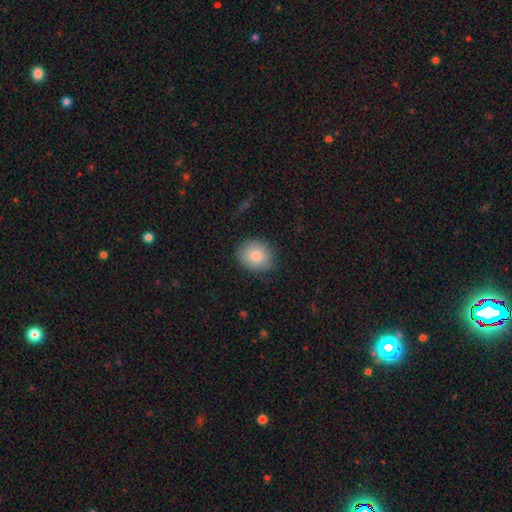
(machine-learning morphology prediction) smooth-or-featured: smooth: 81% | featured or disk: 11% | star or artifact: 8%
  how-rounded: round: 73% | in between: 26% | cigar-shaped: 1%
  merging: none: 86% | minor disturbance: 10% | major disturbance: 3% | merger: 1%